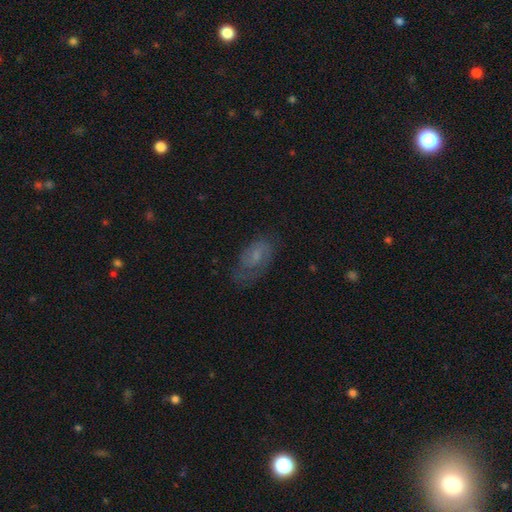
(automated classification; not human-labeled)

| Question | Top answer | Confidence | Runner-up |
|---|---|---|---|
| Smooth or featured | featured or disk | 53% | smooth (35%) |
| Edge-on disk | no | 95% | yes (5%) |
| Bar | no | 55% | weak (39%) |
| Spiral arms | yes | 80% | no (20%) |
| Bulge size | small | 49% | moderate (26%) |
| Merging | none | 60% | minor disturbance (23%) |